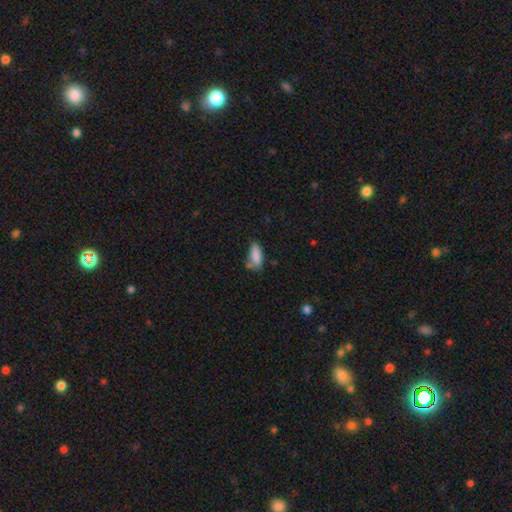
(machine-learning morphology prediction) smooth_or_featured: smooth (p=0.85) [alt: star or artifact p=0.08]
how_rounded: in between (p=0.72) [alt: cigar-shaped p=0.25]
merging: none (p=0.53) [alt: minor disturbance p=0.28]